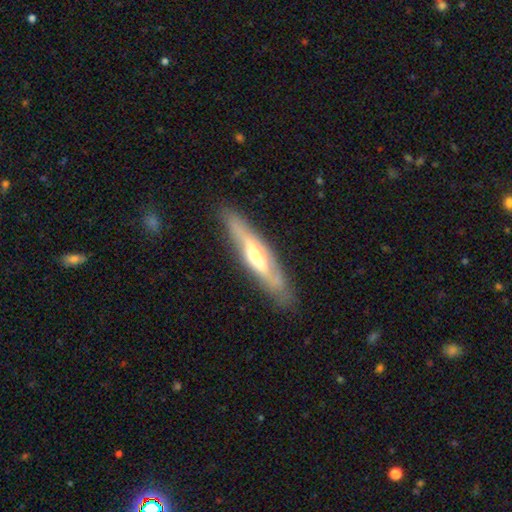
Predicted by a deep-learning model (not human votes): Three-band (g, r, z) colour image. It shows a featured or disk galaxy (66%) viewed edge-on (71%). Merging: none (81%).